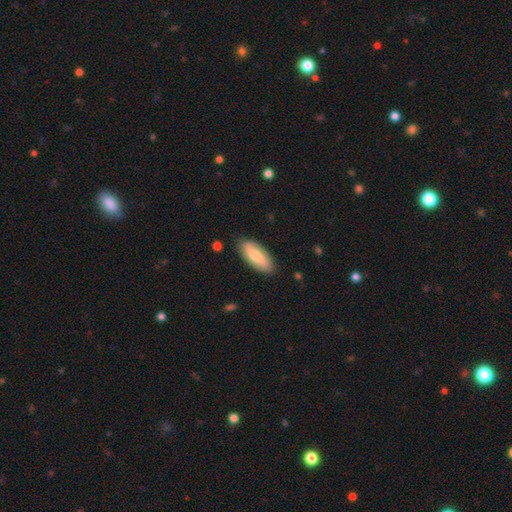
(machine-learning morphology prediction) Smooth or featured?
  - smooth: 59% *
  - featured or disk: 35%
  - star or artifact: 5%
How rounded?
  - in between: 81% *
  - cigar-shaped: 17%
  - round: 2%
Merging?
  - none: 85% *
  - minor disturbance: 11%
  - major disturbance: 2%
  - merger: 1%